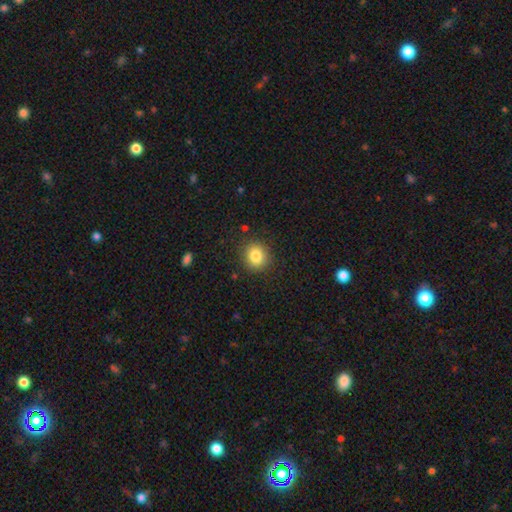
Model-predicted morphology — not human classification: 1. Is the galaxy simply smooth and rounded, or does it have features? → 84% smooth, 10% star or artifact, 6% featured or disk.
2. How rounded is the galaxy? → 78% round, 21% in between, 1% cigar-shaped.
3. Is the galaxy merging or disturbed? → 88% none, 9% minor disturbance, 3% major disturbance, 1% merger.